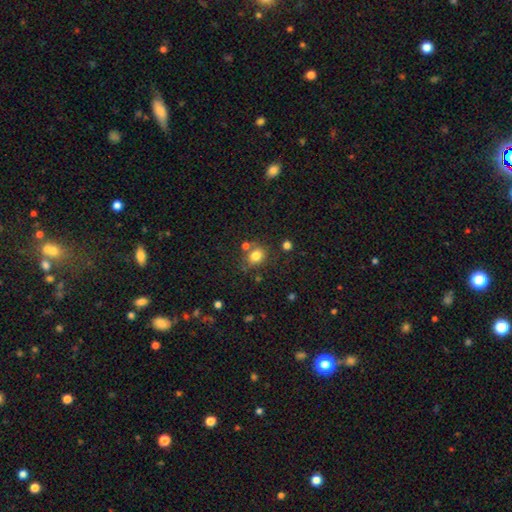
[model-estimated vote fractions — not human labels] smooth-or-featured: smooth: 80% | star or artifact: 13% | featured or disk: 8%
  how-rounded: round: 68% | in between: 31% | cigar-shaped: 1%
  merging: none: 67% | minor disturbance: 14% | merger: 14% | major disturbance: 5%